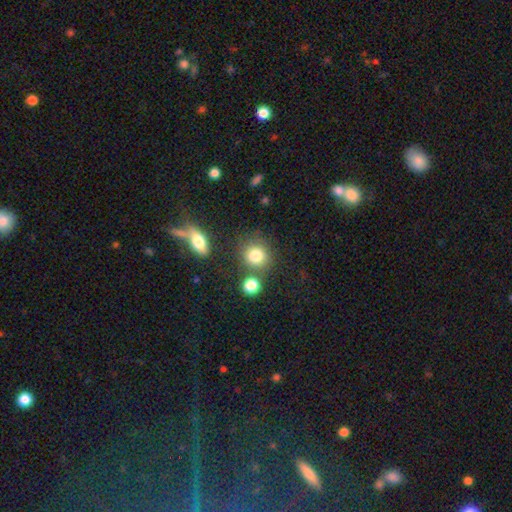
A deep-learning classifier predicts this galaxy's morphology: A smooth galaxy with no disk features (81%) that is round (82%). Merging: none (72%).